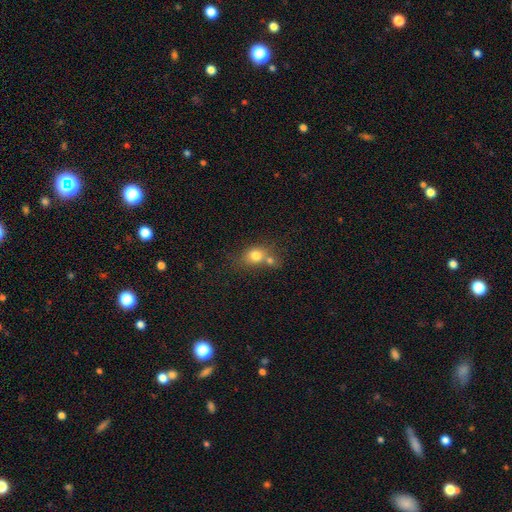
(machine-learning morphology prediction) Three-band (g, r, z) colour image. It shows a smooth galaxy with no disk features (77%) that is round (59%). Merging: merger (42%).